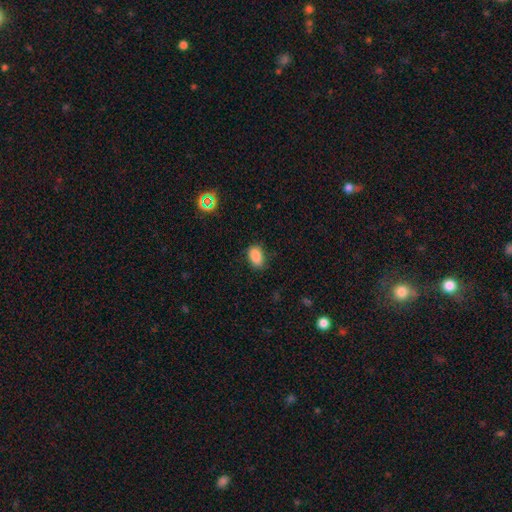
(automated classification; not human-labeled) A smooth galaxy with no disk features (87%) that is in between round and cigar-shaped (89%).

Vote fractions:
- Smooth or featured? smooth: 87% / star or artifact: 9% / featured or disk: 4%
- How rounded? in between: 89% / round: 9% / cigar-shaped: 2%
- Merging? none: 82% / minor disturbance: 14% / major disturbance: 3% / merger: 1%